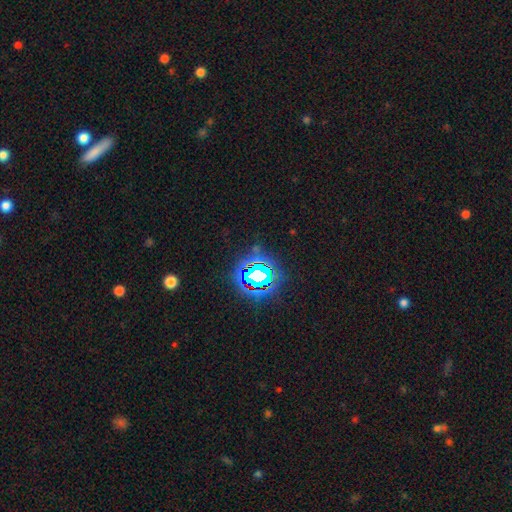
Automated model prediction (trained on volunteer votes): star or artifact 81%, smooth 12%, featured or disk 7%.